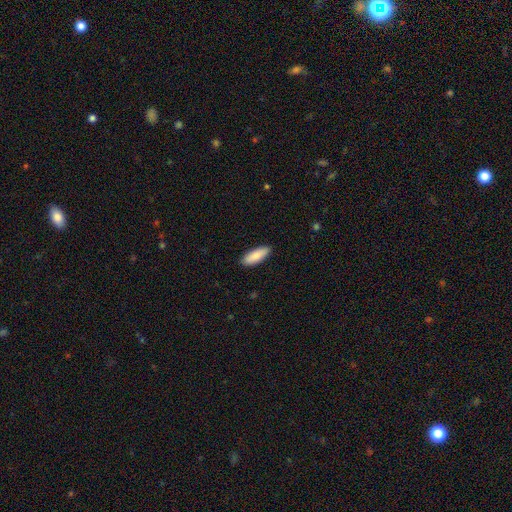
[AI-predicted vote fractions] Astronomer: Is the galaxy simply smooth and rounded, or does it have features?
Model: smooth — 87%.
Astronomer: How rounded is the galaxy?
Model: in between — 67%.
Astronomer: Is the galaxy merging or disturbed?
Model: none — 90%.